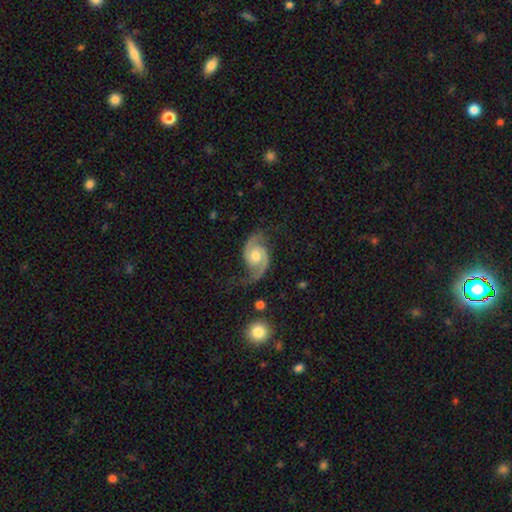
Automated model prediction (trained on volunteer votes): featured or disk 90%, smooth 6%, star or artifact 4%. Down the decision tree: edge-on disk — no (98%); bar — no (66%); spiral arms — yes (98%); spiral arm count — 2 (93%); spiral winding — medium (52%); bulge size — moderate (69%); merging — none (67%).